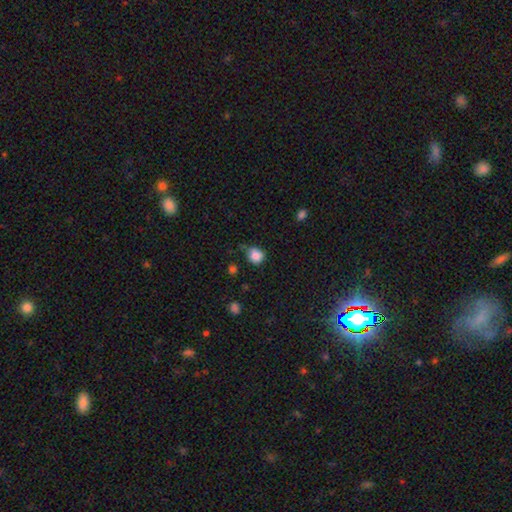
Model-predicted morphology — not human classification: A smooth galaxy with no disk features (85%) that is round (80%). Merging: none (63%).